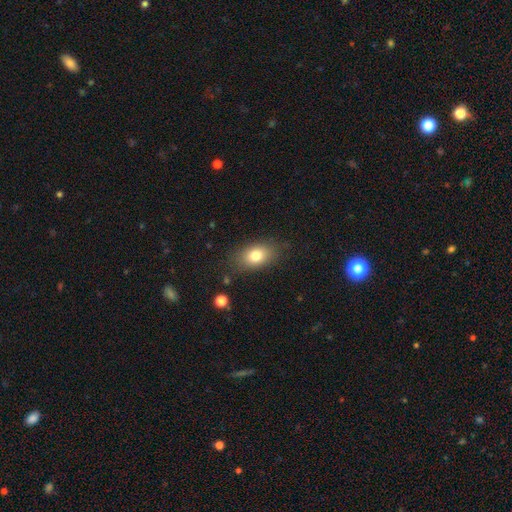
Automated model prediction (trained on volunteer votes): smooth_or_featured: smooth (p=0.79) [alt: featured or disk p=0.12]
how_rounded: in between (p=0.83) [alt: round p=0.14]
merging: none (p=0.80) [alt: minor disturbance p=0.13]